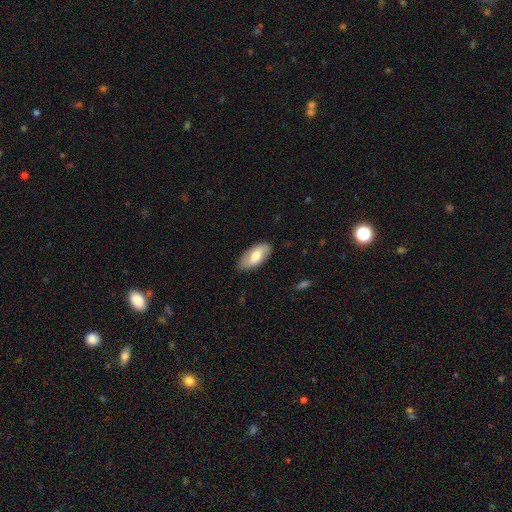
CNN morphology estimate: smooth_or_featured: smooth (p=0.64) [alt: featured or disk p=0.30]
how_rounded: in between (p=0.92) [alt: cigar-shaped p=0.06]
merging: none (p=0.83) [alt: minor disturbance p=0.13]